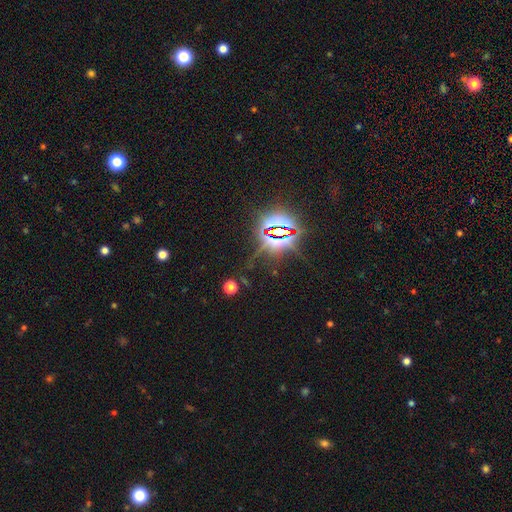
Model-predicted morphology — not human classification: A star or artifact, not a galaxy (85%).